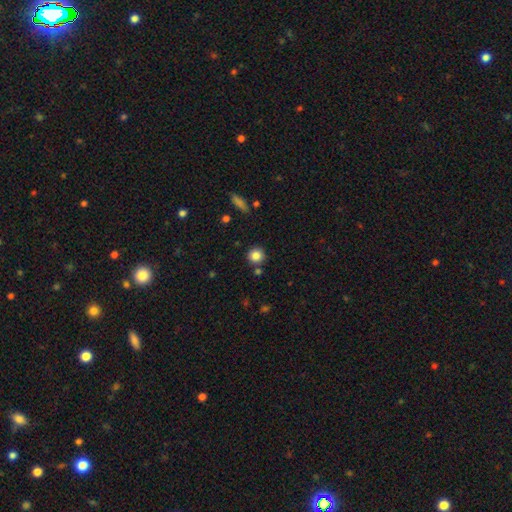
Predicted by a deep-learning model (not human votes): smooth_or_featured: smooth (p=0.85) [alt: star or artifact p=0.10]
how_rounded: round (p=0.93) [alt: in between p=0.06]
merging: none (p=0.82) [alt: minor disturbance p=0.08]